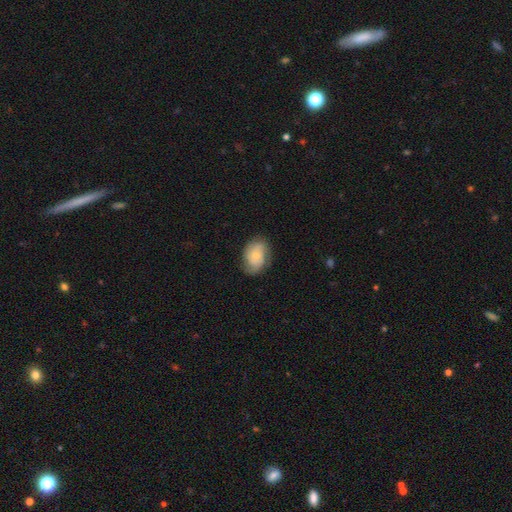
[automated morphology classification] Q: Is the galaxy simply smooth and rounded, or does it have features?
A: smooth — 47%.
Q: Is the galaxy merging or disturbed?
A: none — 71%.